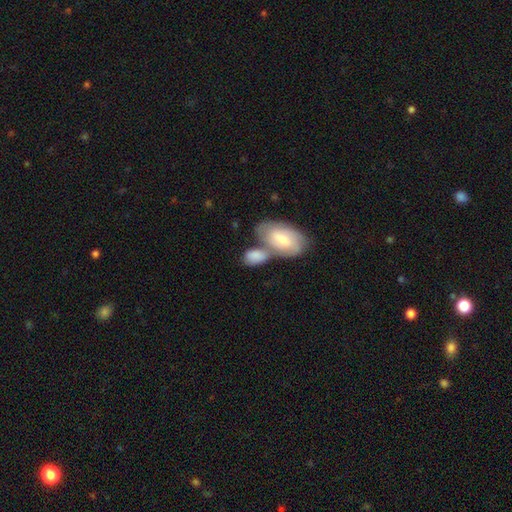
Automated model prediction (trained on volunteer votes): smooth_or_featured: smooth (p=0.74) [alt: featured or disk p=0.21]
how_rounded: in between (p=0.89) [alt: round p=0.08]
merging: merger (p=0.52) [alt: none p=0.29]